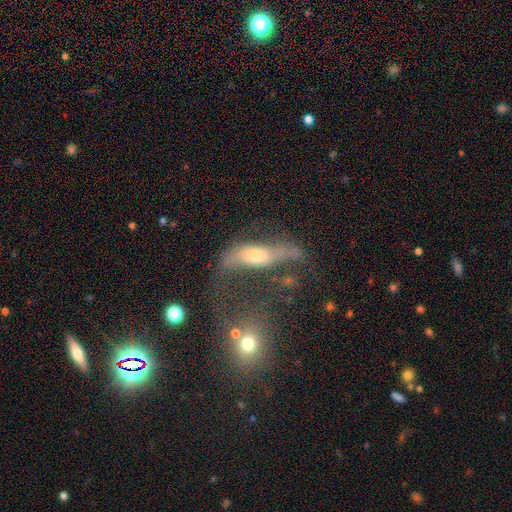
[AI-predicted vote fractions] The model was most divided on "merging": major disturbance: 37%, none: 28%, minor disturbance: 18%, merger: 16%. More confident: edge-on disk — no (70%); smooth or featured — featured or disk (58%).